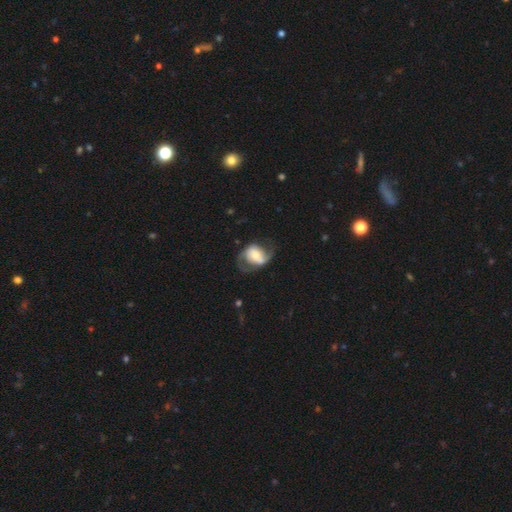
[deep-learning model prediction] Smooth or featured?
  - featured or disk: 69% *
  - smooth: 25%
  - star or artifact: 6%
Edge-on disk?
  - no: 97% *
  - yes: 3%
Bar?
  - no: 46% *
  - weak: 33%
  - strong: 21%
Spiral arms?
  - yes: 83% *
  - no: 17%
Spiral winding?
  - medium: 42% *
  - loose: 41%
  - tight: 17%
Spiral arm count?
  - 2: 83% *
  - can't tell: 7%
  - 1: 6%
  - 3: 1%
  - 4: 1%
  - more than 4: 1%
Bulge size?
  - moderate: 52% *
  - small: 29%
  - large: 14%
  - none: 3%
  - dominant: 3%
Merging?
  - none: 54% *
  - minor disturbance: 22%
  - major disturbance: 21%
  - merger: 3%